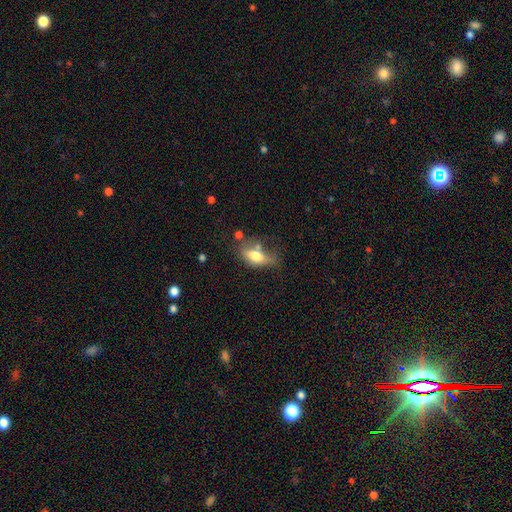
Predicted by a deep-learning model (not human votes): Smooth or featured? Predicted: smooth (p=0.67). How rounded? Predicted: in between (p=0.82). Merging? Predicted: none (p=0.33).